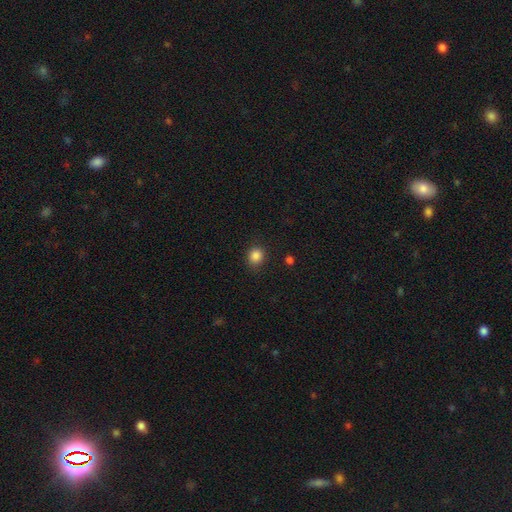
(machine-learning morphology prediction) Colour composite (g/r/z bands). It shows a smooth galaxy with no disk features (86%) that is round (75%). Merging: none (85%).